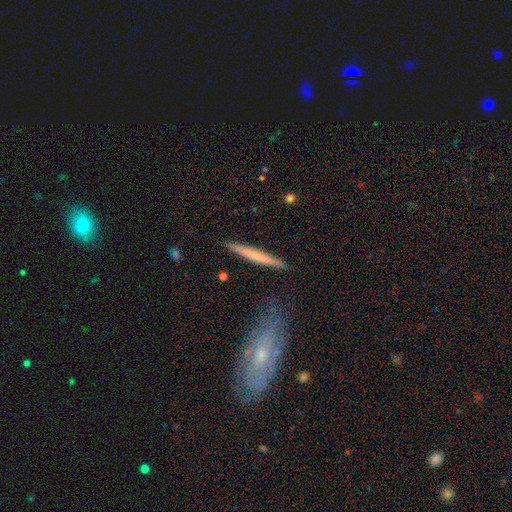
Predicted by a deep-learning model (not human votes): The model was most divided on "smooth or featured": smooth: 55%, featured or disk: 39%, star or artifact: 5%. More confident: how rounded — cigar-shaped (96%); merging — none (87%).